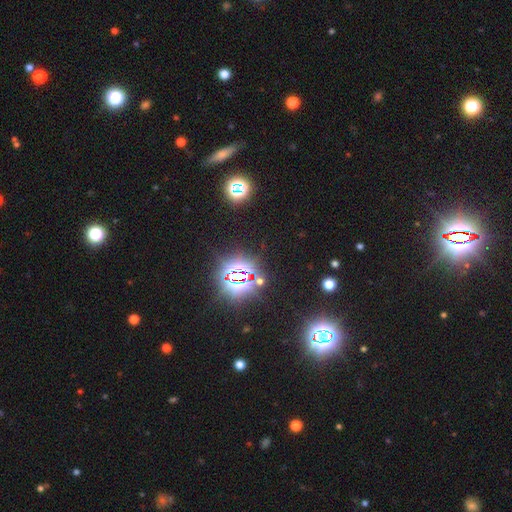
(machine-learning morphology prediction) smooth-or-featured: star or artifact: 83% | smooth: 11% | featured or disk: 6%